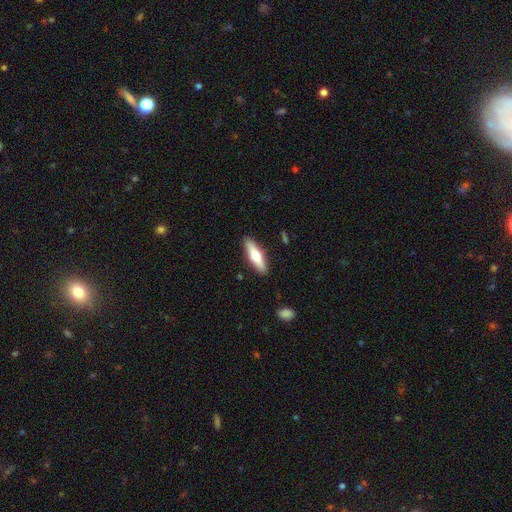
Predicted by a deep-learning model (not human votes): smooth_or_featured: smooth (p=0.51) [alt: featured or disk p=0.44]
how_rounded: cigar-shaped (p=0.67) [alt: in between p=0.31]
merging: none (p=0.89) [alt: minor disturbance p=0.08]